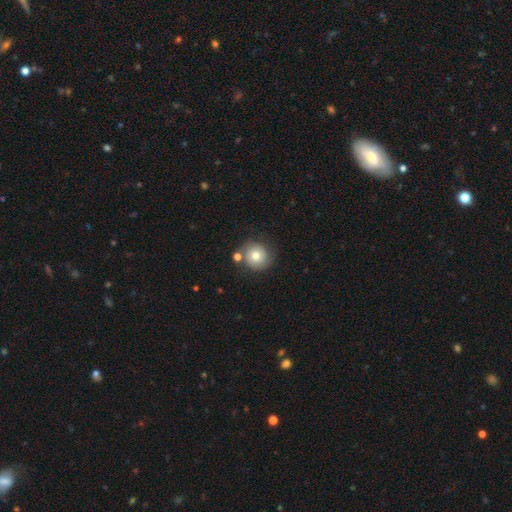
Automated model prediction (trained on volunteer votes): Overall: smooth (73%). How rounded: round (92%). Merging: none (71%).